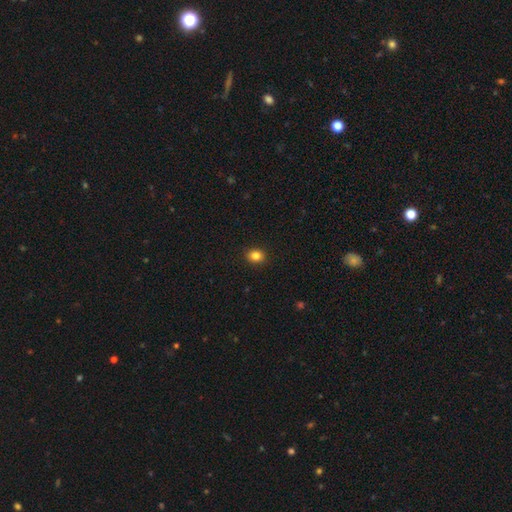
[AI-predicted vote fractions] Morphology: type=smooth (84%); roundness=round (55%); merging=none (91%).